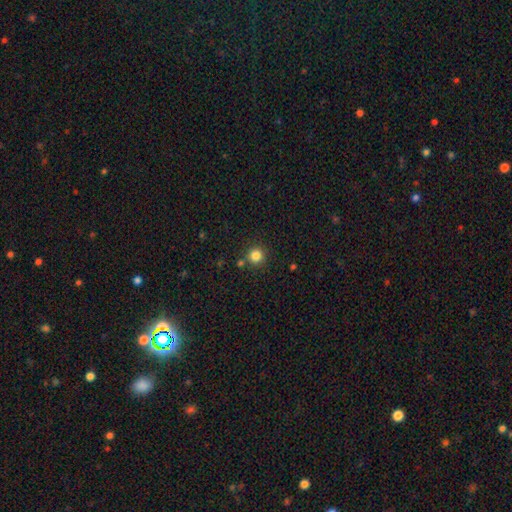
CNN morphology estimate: This appears to be a smooth galaxy with no disk features (83%) that is round (95%). Merging: none (84%).